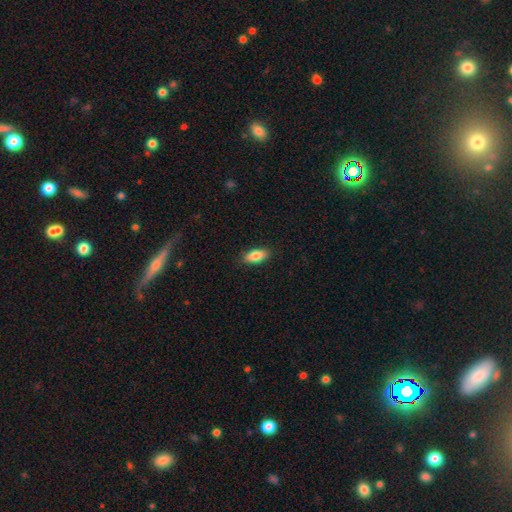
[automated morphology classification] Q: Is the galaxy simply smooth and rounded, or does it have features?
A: smooth — 84%.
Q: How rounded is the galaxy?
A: in between — 85%.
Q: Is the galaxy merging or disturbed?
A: none — 88%.